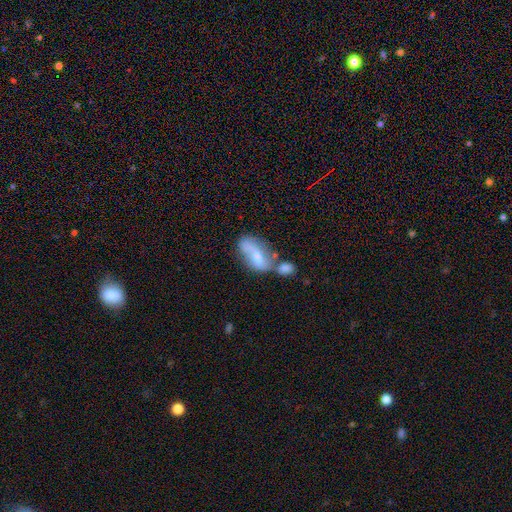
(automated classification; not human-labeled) A smooth galaxy with no disk features (46%, tied with featured or disk). Merging: merger (38%).